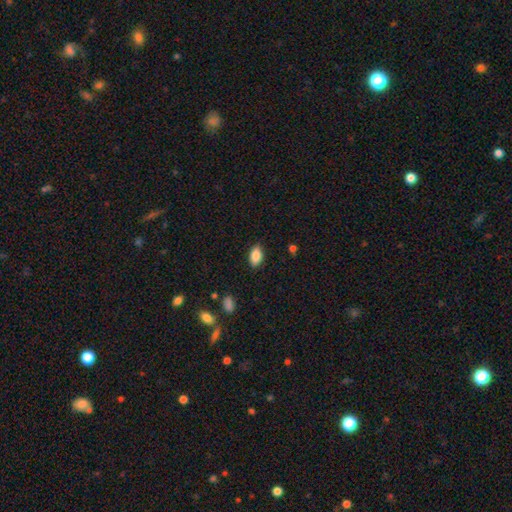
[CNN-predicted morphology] Smooth or featured?
  - smooth: 87% *
  - star or artifact: 7%
  - featured or disk: 6%
How rounded?
  - in between: 92% *
  - round: 6%
  - cigar-shaped: 2%
Merging?
  - none: 85% *
  - minor disturbance: 11%
  - major disturbance: 2%
  - merger: 1%